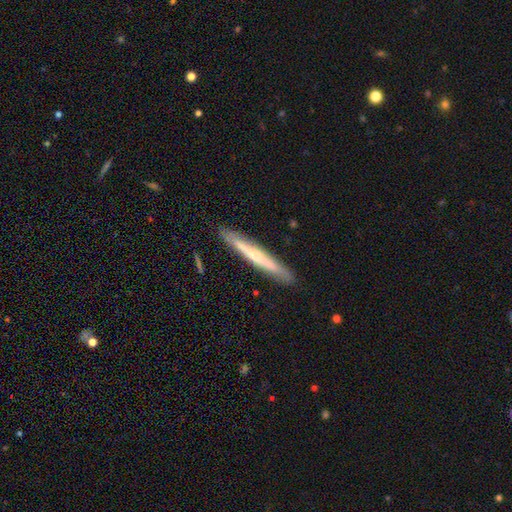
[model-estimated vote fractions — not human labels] smooth-or-featured: featured or disk: 56% | smooth: 38% | star or artifact: 6%
  disk-edge-on: yes: 91% | no: 9%
    edge-on-bulge: rounded: 55% | none: 40% | boxy: 5%
  merging: none: 89% | minor disturbance: 8% | major disturbance: 2% | merger: 1%